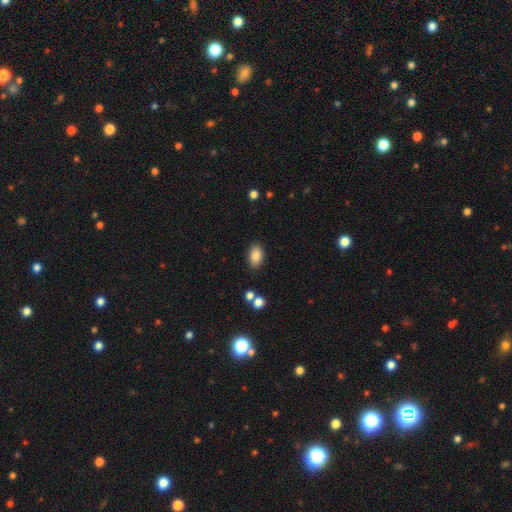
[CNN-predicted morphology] Smooth or featured? smooth (85%)
How rounded? in between (91%)
Merging? none (86%)